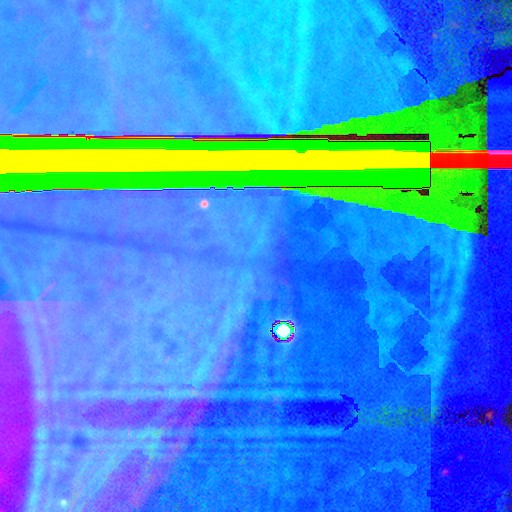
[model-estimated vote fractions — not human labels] This is clearly a star or artifact rather than a galaxy (87%).